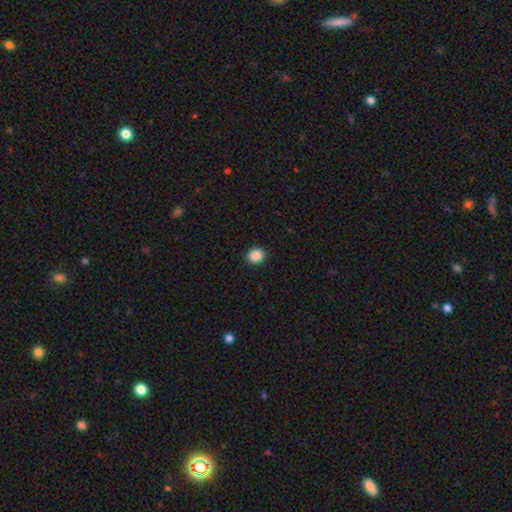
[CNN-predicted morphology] smooth_or_featured: smooth (p=0.89) [alt: star or artifact p=0.09]
how_rounded: round (p=0.69) [alt: in between p=0.30]
merging: none (p=0.92) [alt: minor disturbance p=0.05]